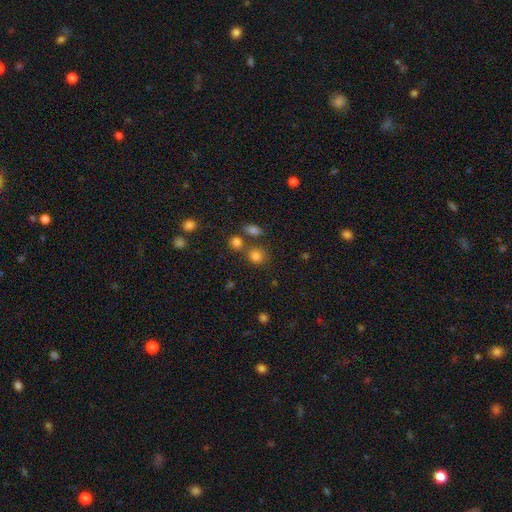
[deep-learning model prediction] Overall: smooth (80%). How rounded: round (79%). Merging: none (64%).